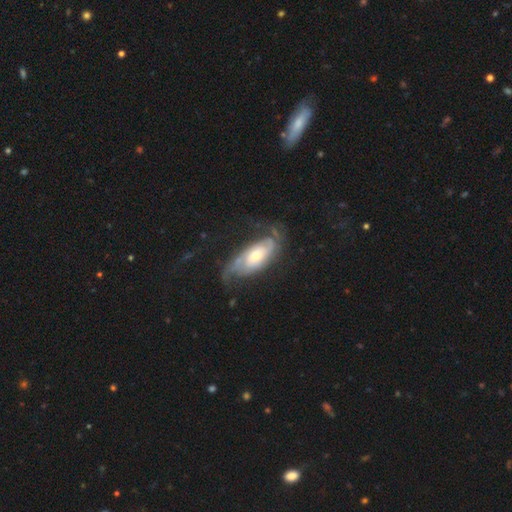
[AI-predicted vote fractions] A featured or disk galaxy (79%) with no bar (68%), 2 (58%) tight (41%) spiral arms (92%) and a moderate central bulge (57%).

Vote fractions:
- Smooth or featured? featured or disk: 79% / smooth: 15% / star or artifact: 5%
- Edge-on disk? no: 92% / yes: 8%
- Bar? no: 68% / weak: 24% / strong: 8%
- Spiral arms? yes: 92% / no: 8%
- Spiral winding? tight: 41% / medium: 35% / loose: 24%
- Spiral arm count? 2: 58% / can't tell: 23% / 3: 7% / 1: 6% / 4: 3% / more than 4: 3%
- Bulge size? moderate: 57% / small: 34% / large: 7% / none: 1% / dominant: 1%
- Merging? none: 60% / minor disturbance: 21% / major disturbance: 17% / merger: 2%